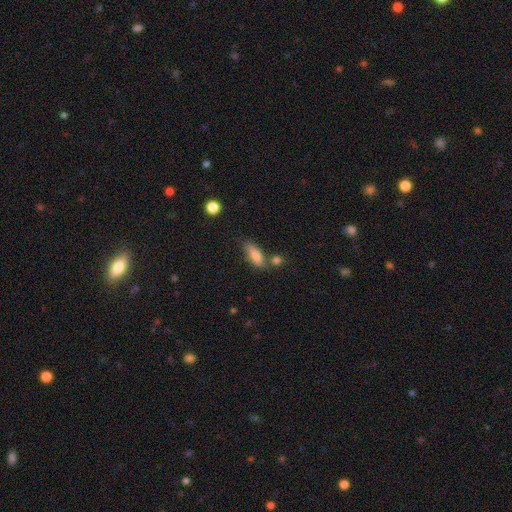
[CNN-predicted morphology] Smooth or featured? smooth (80%)
How rounded? in between (70%)
Merging? none (56%)